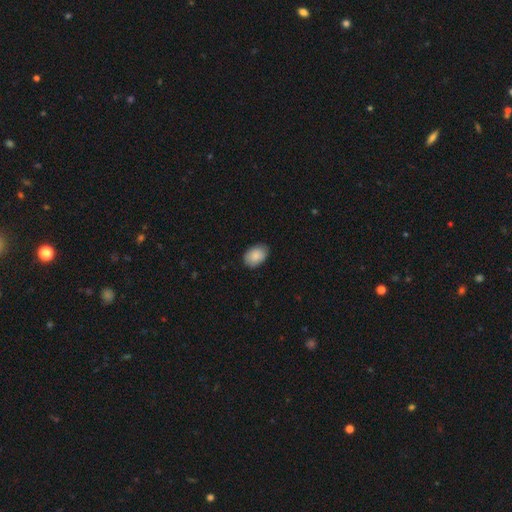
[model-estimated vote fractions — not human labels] Q: Smooth or featured?
A: smooth (88%); runner-up: star or artifact (7%)
Q: How rounded?
A: in between (86%); runner-up: round (13%)
Q: Merging?
A: none (85%); runner-up: minor disturbance (12%)